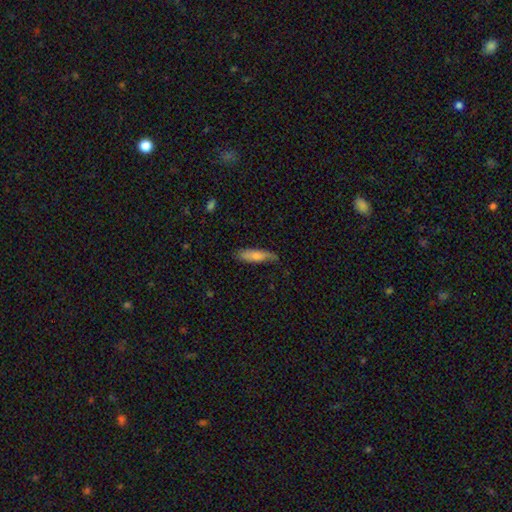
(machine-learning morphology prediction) smooth_or_featured: smooth (p=0.73) [alt: featured or disk p=0.21]
how_rounded: cigar-shaped (p=0.64) [alt: in between p=0.35]
merging: none (p=0.65) [alt: minor disturbance p=0.27]